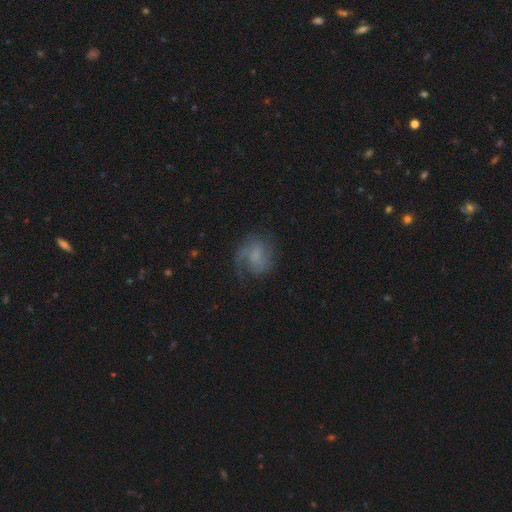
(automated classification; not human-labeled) Smooth or featured?
  - featured or disk: 66% *
  - smooth: 25%
  - star or artifact: 9%
Edge-on disk?
  - no: 98% *
  - yes: 2%
Bar?
  - no: 52% *
  - weak: 41%
  - strong: 7%
Spiral arms?
  - yes: 91% *
  - no: 9%
Spiral winding?
  - medium: 48% *
  - tight: 27%
  - loose: 25%
Spiral arm count?
  - 2: 51% *
  - 1: 20%
  - can't tell: 16%
  - 3: 9%
  - 4: 2%
  - more than 4: 2%
Bulge size?
  - none: 39% *
  - small: 30%
  - moderate: 22%
  - large: 7%
  - dominant: 2%
Merging?
  - none: 63% *
  - minor disturbance: 19%
  - major disturbance: 16%
  - merger: 2%